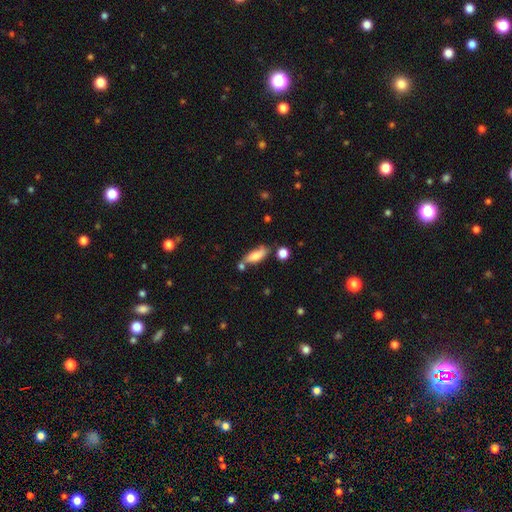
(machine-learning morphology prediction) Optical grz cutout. It shows a smooth galaxy with no disk features (71%) that is in between round and cigar-shaped (65%). Merging: none (61%).